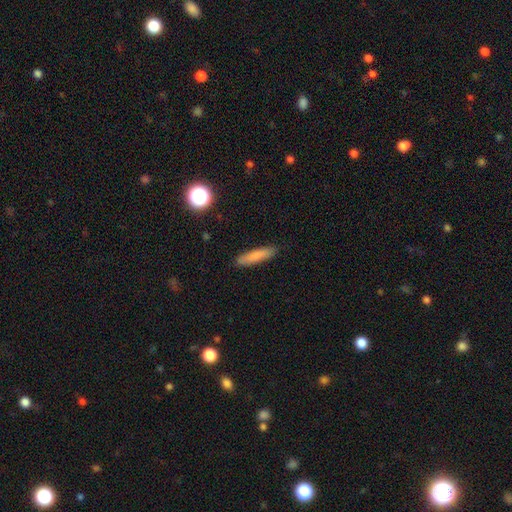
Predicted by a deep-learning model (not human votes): Smooth or featured? smooth (81%)
How rounded? cigar-shaped (82%)
Merging? none (88%)